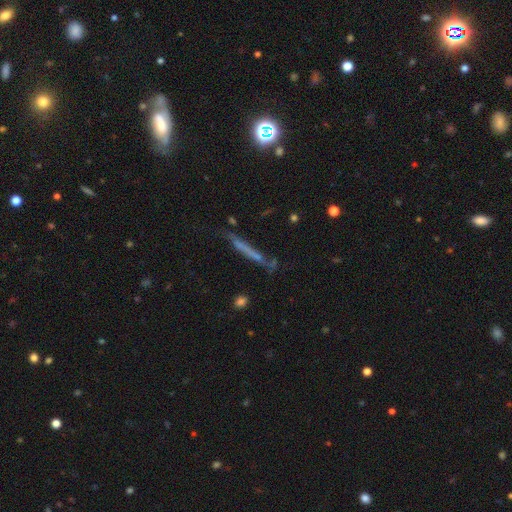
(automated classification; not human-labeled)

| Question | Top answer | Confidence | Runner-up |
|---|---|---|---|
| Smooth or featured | featured or disk | 48% | smooth (41%) |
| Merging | none | 70% | minor disturbance (18%) |